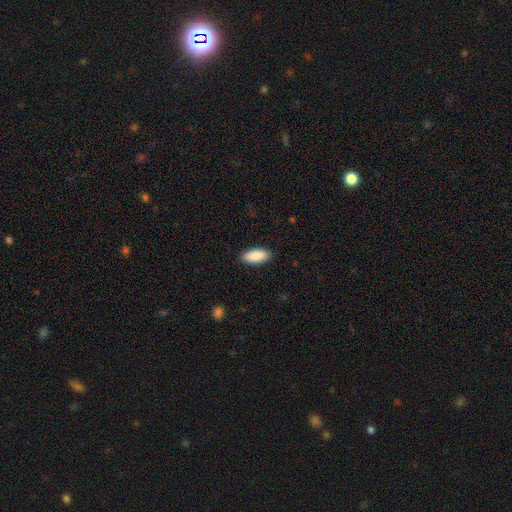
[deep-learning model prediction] This is clearly a smooth galaxy (89%). How rounded: clearly in between (84%). Merging: clearly none (89%).